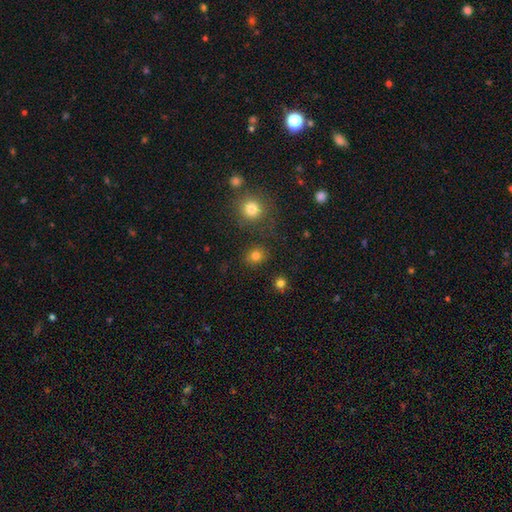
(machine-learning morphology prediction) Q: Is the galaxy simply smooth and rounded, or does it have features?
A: smooth — 80%.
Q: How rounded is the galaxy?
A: round — 75%.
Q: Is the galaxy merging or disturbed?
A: none — 83%.